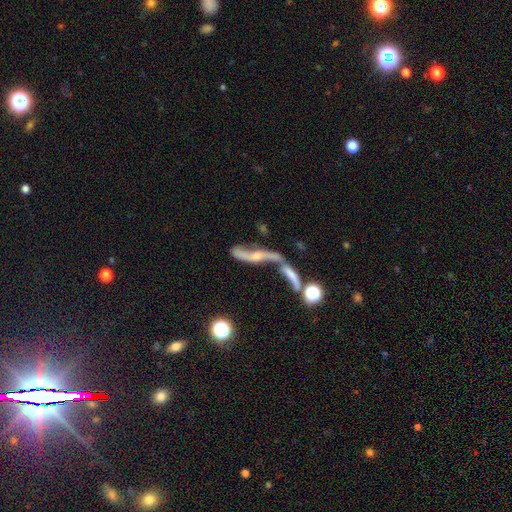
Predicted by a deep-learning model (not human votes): smooth_or_featured: featured or disk (p=0.72) [alt: smooth p=0.17]
disk_edge_on: no (p=0.67) [alt: yes p=0.33]
merging: merger (p=0.51) [alt: none p=0.23]